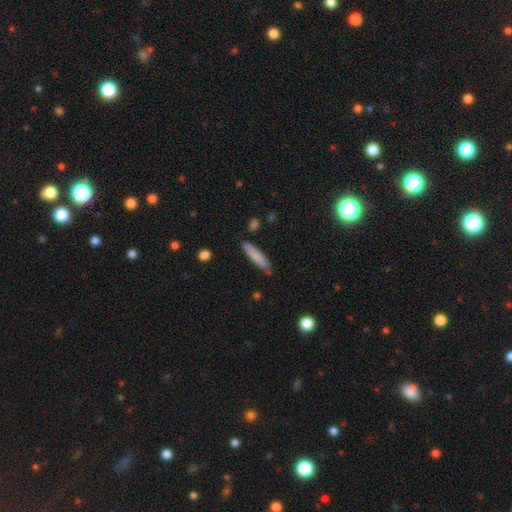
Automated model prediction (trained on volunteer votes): This appears to be a smooth galaxy with no disk features (78%) that is cigar-shaped (87%). Merging: none (81%).